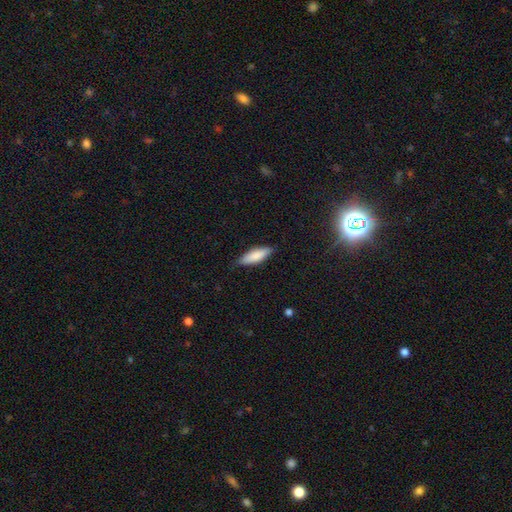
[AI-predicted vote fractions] Q: Smooth or featured?
A: smooth (82%); runner-up: featured or disk (13%)
Q: How rounded?
A: in between (52%); runner-up: cigar-shaped (47%)
Q: Merging?
A: none (83%); runner-up: minor disturbance (14%)